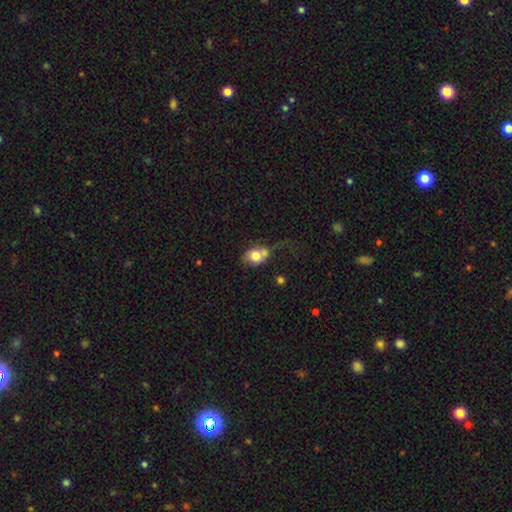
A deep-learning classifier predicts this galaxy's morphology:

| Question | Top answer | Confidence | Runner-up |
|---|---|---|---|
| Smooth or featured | smooth | 71% | featured or disk (20%) |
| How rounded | round | 49% | tied: in between (49%) |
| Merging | merger | 36% | none (25%) |